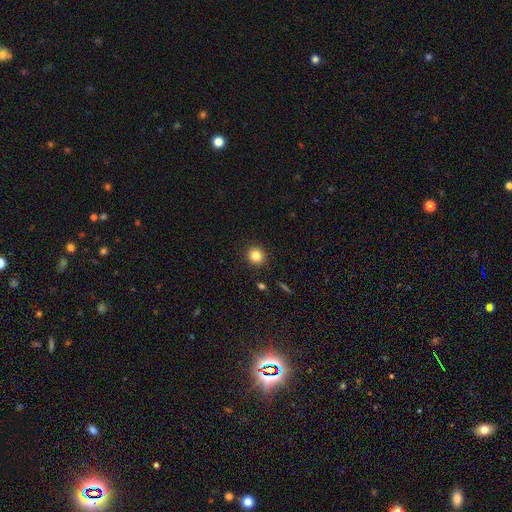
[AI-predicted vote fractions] Smooth or featured? smooth (83%)
How rounded? round (90%)
Merging? none (91%)